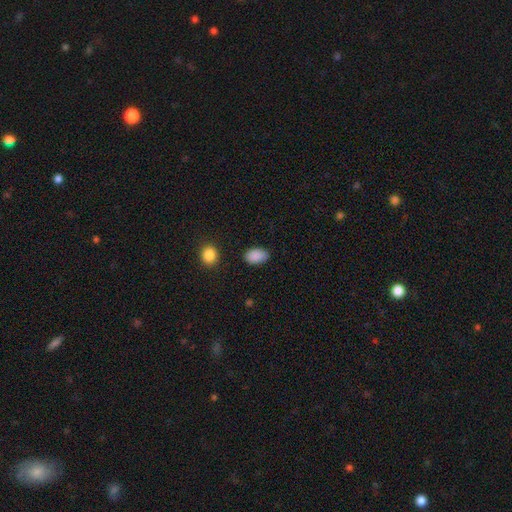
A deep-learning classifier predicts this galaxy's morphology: Smooth or featured? Predicted: smooth (p=0.89). How rounded? Predicted: in between (p=0.88). Merging? Predicted: none (p=0.84).